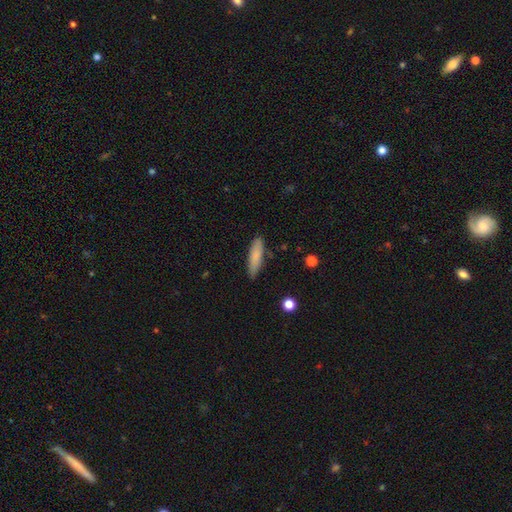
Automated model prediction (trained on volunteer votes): Smooth or featured: smooth — 80% (featured or disk — 13%)
How rounded: cigar-shaped — 69% (in between — 29%)
Merging: none — 82% (minor disturbance — 13%)